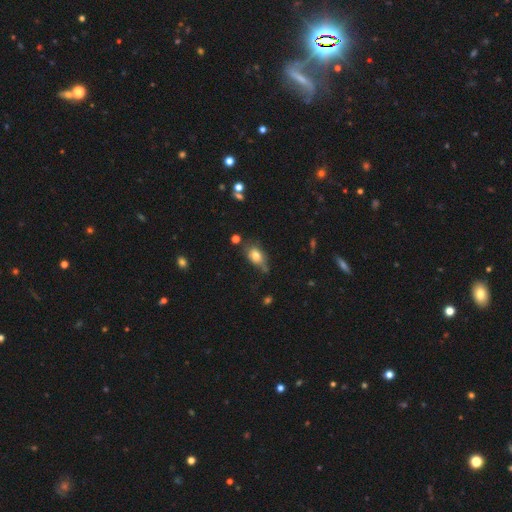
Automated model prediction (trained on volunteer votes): smooth_or_featured: smooth (p=0.76) [alt: featured or disk p=0.13]
how_rounded: in between (p=0.78) [alt: round p=0.19]
merging: none (p=0.52) [alt: minor disturbance p=0.29]